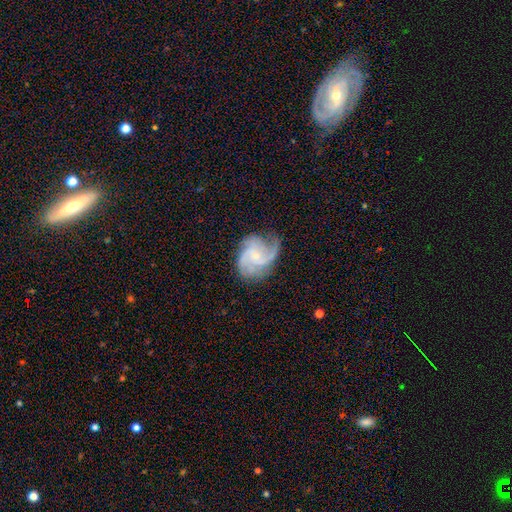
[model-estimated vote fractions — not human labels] Morphology: type=featured or disk (87%); edge-on=no (98%); bar=no (66%); spiral arms=yes (97%); winding=medium (52%); arm count=3 (51%); bulge=small (75%); merging=none (66%).